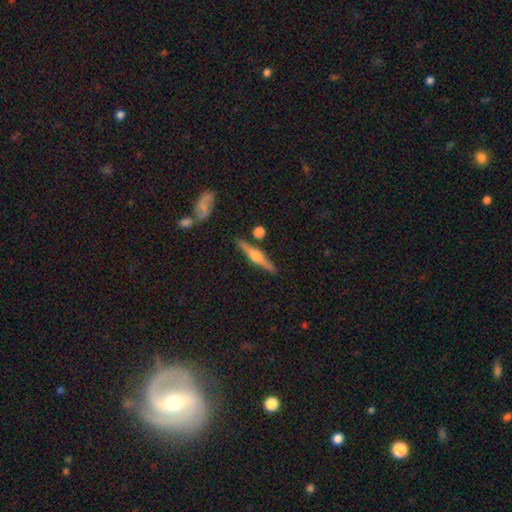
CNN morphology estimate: Overall: featured or disk (77%). Edge-on disk: yes (98%). Edge-on bulge: rounded (92%). Merging: none (87%).